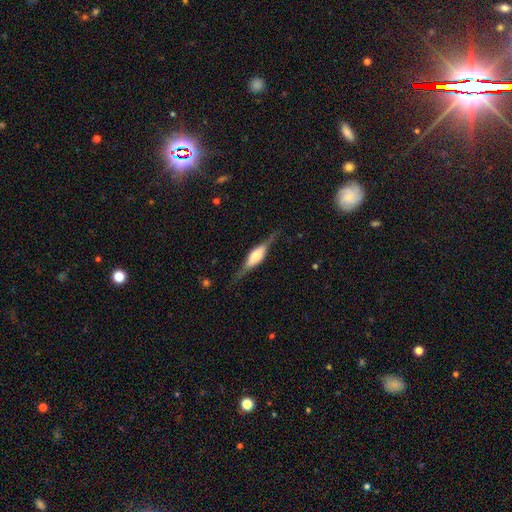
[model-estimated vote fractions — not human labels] Smooth or featured?
  - featured or disk: 74% *
  - smooth: 20%
  - star or artifact: 6%
Edge-on disk?
  - yes: 96% *
  - no: 4%
Edge-on bulge?
  - rounded: 64% *
  - boxy: 32%
  - none: 3%
Merging?
  - none: 81% *
  - minor disturbance: 13%
  - major disturbance: 5%
  - merger: 1%